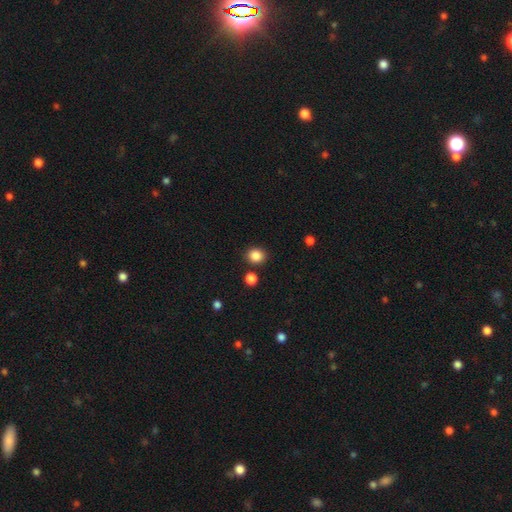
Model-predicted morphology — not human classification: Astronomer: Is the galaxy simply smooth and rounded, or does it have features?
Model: smooth — 86%.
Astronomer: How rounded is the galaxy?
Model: round — 77%.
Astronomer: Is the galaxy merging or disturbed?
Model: none — 85%.